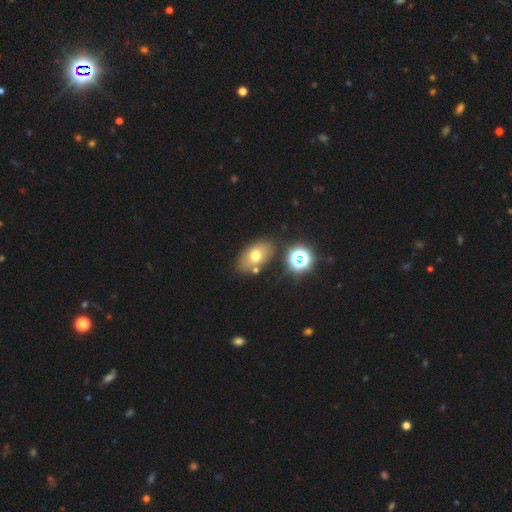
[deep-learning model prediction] A smooth galaxy with no disk features (68%) that is in between round and cigar-shaped (85%).

Vote fractions:
- Smooth or featured? smooth: 68% / featured or disk: 19% / star or artifact: 13%
- How rounded? in between: 85% / round: 13% / cigar-shaped: 2%
- Merging? none: 75% / minor disturbance: 12% / merger: 8% / major disturbance: 4%